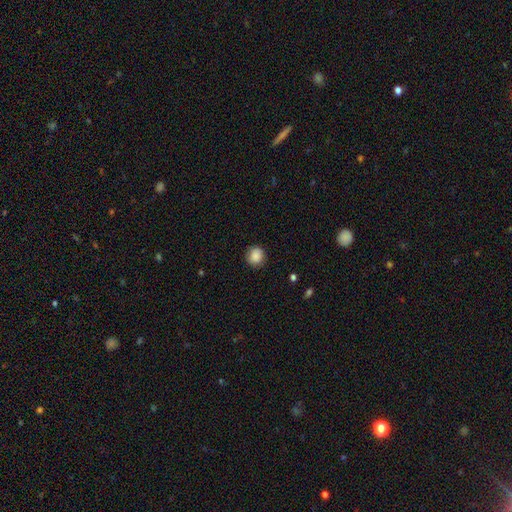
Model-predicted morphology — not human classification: Smooth or featured?
  - smooth: 88% *
  - star or artifact: 9%
  - featured or disk: 3%
How rounded?
  - round: 88% *
  - in between: 11%
  - cigar-shaped: 1%
Merging?
  - none: 86% *
  - minor disturbance: 10%
  - major disturbance: 2%
  - merger: 1%